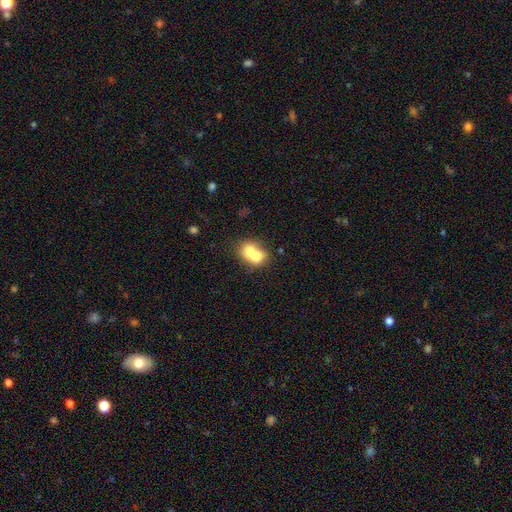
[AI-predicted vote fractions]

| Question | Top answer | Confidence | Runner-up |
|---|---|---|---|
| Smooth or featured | smooth | 67% | featured or disk (24%) |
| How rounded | round | 56% | in between (43%) |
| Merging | merger | 72% | none (19%) |